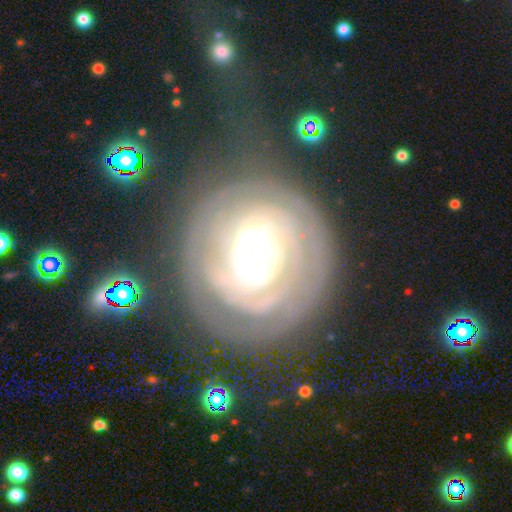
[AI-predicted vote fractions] A featured or disk galaxy (77%) with no bar (63%), tight (80%) spiral arms (72%) and a moderate central bulge (42%). Merging: none (68%).